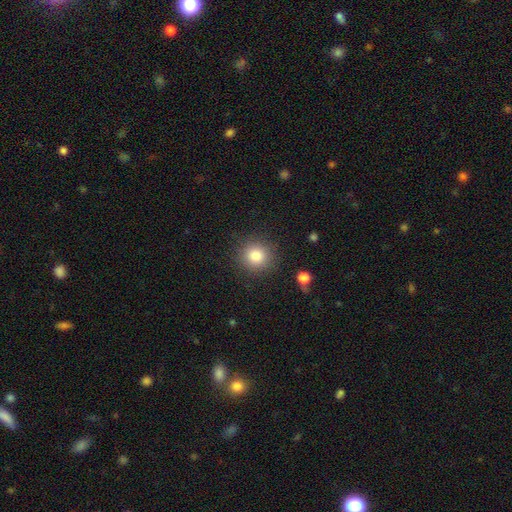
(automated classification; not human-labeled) smooth_or_featured: smooth (p=0.83) [alt: star or artifact p=0.11]
how_rounded: round (p=0.92) [alt: in between p=0.07]
merging: none (p=0.88) [alt: minor disturbance p=0.07]